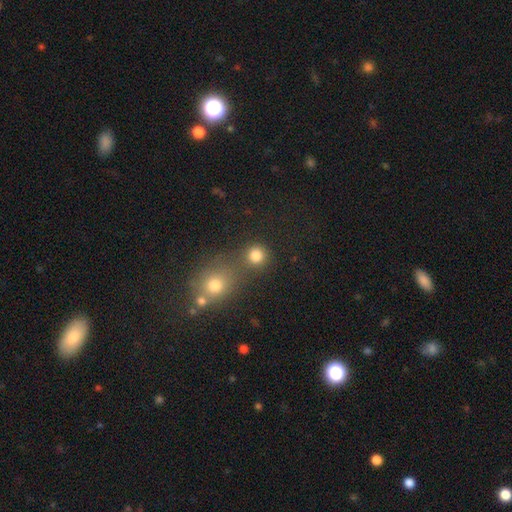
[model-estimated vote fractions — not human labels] Smooth or featured? Predicted: smooth (p=0.81). How rounded? Predicted: round (p=0.90). Merging? Predicted: none (p=0.64).